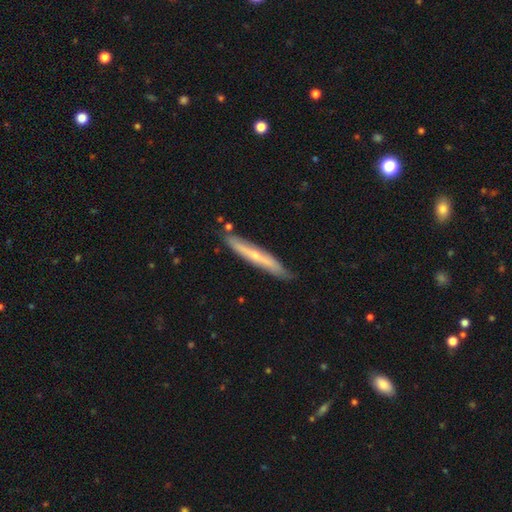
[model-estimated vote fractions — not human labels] featured or disk 56%, smooth 38%, star or artifact 6%. Down the decision tree: edge-on disk — yes (87%); merging — none (81%).